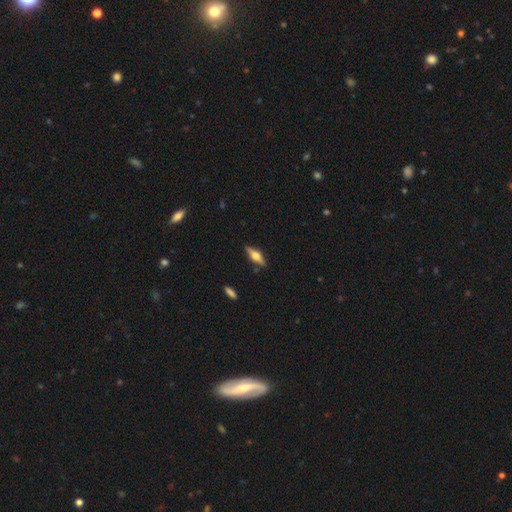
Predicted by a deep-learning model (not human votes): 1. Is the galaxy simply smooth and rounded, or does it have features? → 59% featured or disk, 34% smooth, 6% star or artifact.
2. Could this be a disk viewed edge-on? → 95% yes, 5% no.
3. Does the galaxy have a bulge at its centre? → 92% rounded, 7% boxy, 2% none.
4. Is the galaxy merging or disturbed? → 86% none, 10% minor disturbance, 2% major disturbance, 2% merger.